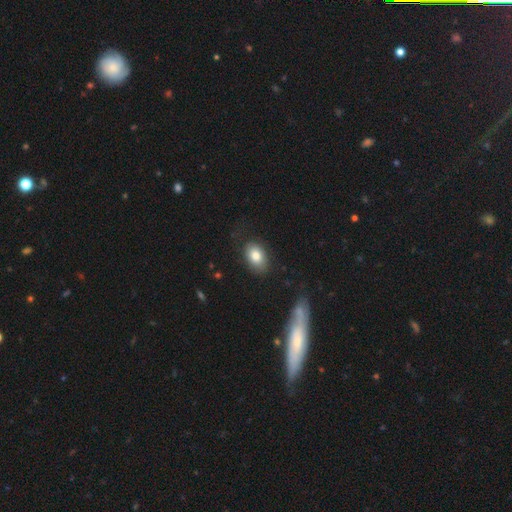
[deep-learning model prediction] A smooth galaxy with no disk features (80%) that is in between round and cigar-shaped (83%). Merging: none (77%).